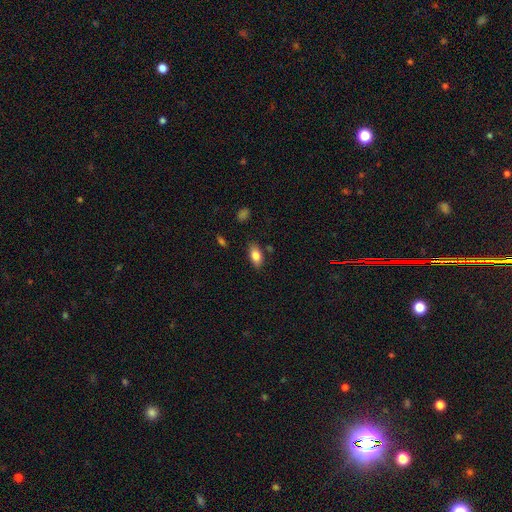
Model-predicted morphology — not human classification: This appears to be a smooth galaxy with no disk features (83%) that is in between round and cigar-shaped (90%). Merging: none (83%).